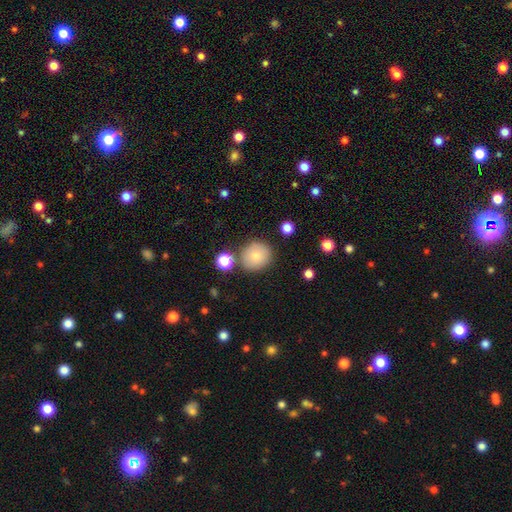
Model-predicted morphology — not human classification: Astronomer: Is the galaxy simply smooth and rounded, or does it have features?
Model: smooth — 76%.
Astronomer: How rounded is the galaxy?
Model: round — 90%.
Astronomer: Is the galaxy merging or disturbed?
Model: none — 81%.